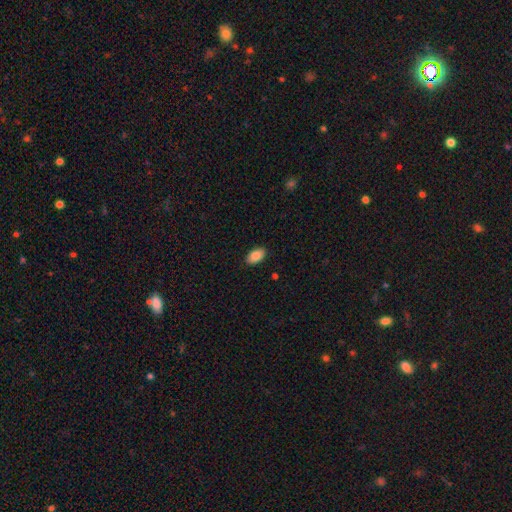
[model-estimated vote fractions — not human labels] Smooth or featured: smooth — 87% (star or artifact — 7%)
How rounded: in between — 94% (round — 4%)
Merging: none — 88% (minor disturbance — 9%)